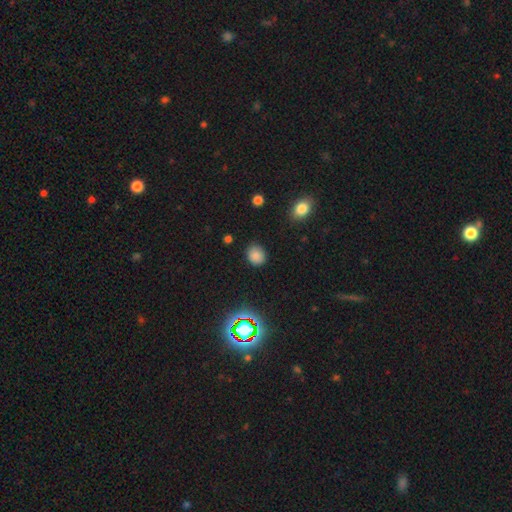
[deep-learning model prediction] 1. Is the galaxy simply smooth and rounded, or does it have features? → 81% smooth, 14% star or artifact, 5% featured or disk.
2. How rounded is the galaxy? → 66% round, 33% in between, 1% cigar-shaped.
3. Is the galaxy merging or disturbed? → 83% none, 12% minor disturbance, 3% major disturbance, 1% merger.